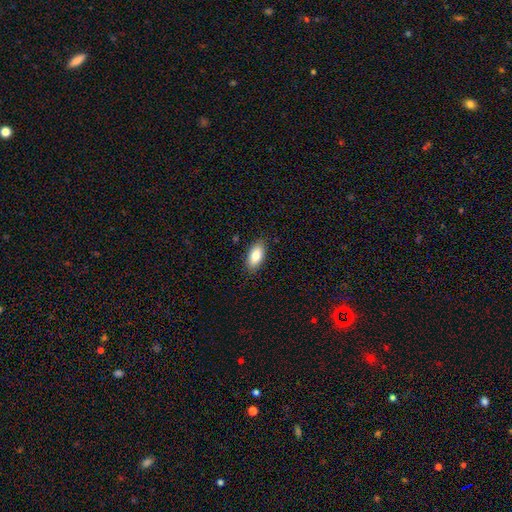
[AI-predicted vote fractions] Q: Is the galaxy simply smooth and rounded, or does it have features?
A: smooth — 82%.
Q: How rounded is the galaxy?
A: in between — 90%.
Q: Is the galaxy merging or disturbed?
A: none — 86%.